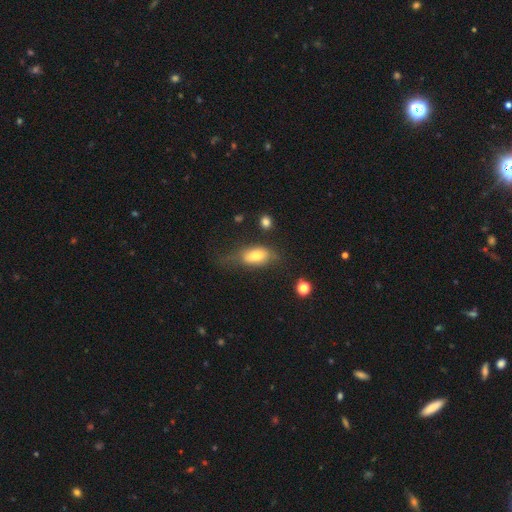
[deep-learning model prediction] smooth-or-featured: smooth: 71% | featured or disk: 21% | star or artifact: 8%
  how-rounded: in between: 87% | cigar-shaped: 7% | round: 6%
  merging: none: 43% | minor disturbance: 29% | major disturbance: 23% | merger: 4%